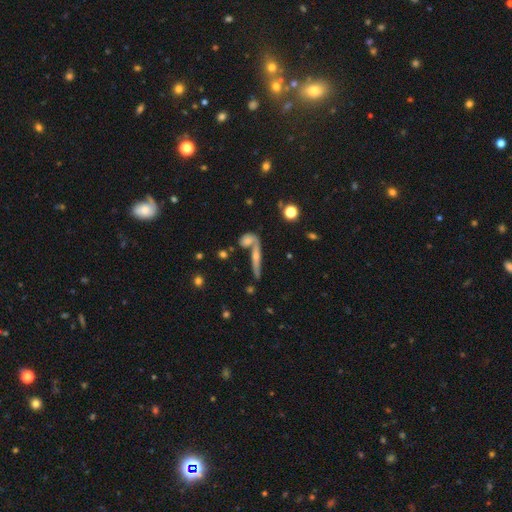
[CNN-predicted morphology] This is possibly a featured or disk galaxy (56%). It is likely viewed edge-on (77%). Merging: possibly none (50%).